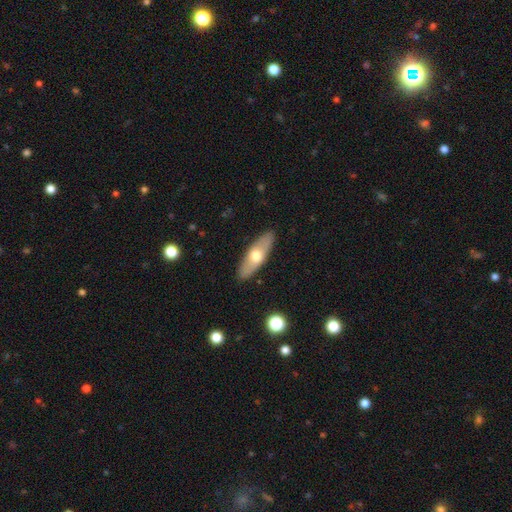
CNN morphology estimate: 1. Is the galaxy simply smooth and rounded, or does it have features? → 55% smooth, 39% featured or disk, 6% star or artifact.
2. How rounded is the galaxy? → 58% in between, 39% cigar-shaped, 3% round.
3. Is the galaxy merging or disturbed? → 89% none, 8% minor disturbance, 2% major disturbance, 1% merger.